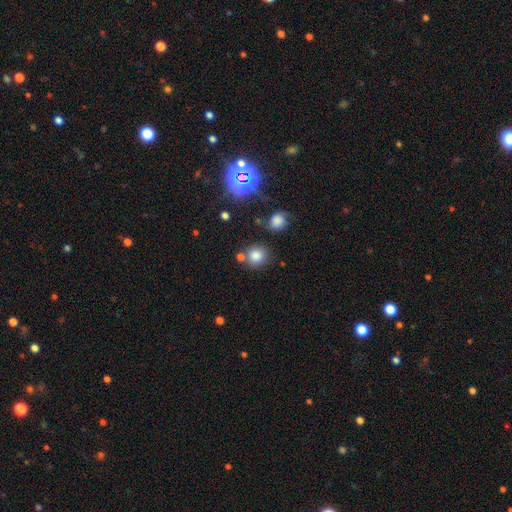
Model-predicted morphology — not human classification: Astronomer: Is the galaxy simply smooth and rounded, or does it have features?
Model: smooth — 79%.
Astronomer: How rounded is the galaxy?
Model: round — 87%.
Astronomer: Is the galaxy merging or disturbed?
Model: none — 74%.